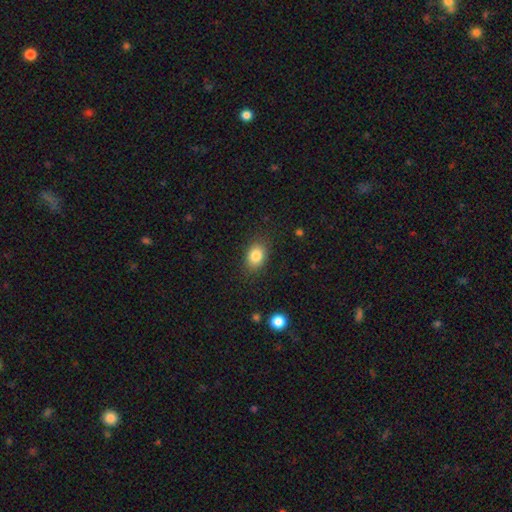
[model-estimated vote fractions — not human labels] Morphology: type=smooth (84%); roundness=in between (68%); merging=none (84%).